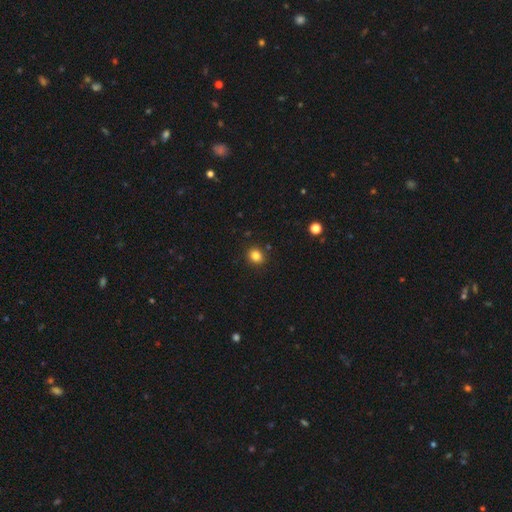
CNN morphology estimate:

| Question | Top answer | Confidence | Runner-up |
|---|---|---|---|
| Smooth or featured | smooth | 83% | star or artifact (12%) |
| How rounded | round | 73% | in between (26%) |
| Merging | none | 89% | minor disturbance (7%) |